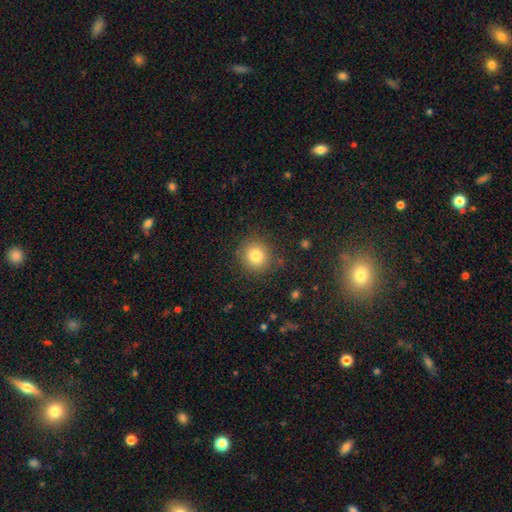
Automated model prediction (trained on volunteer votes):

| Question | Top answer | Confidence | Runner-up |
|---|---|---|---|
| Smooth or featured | smooth | 82% | star or artifact (11%) |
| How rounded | round | 89% | in between (10%) |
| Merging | none | 87% | minor disturbance (8%) |